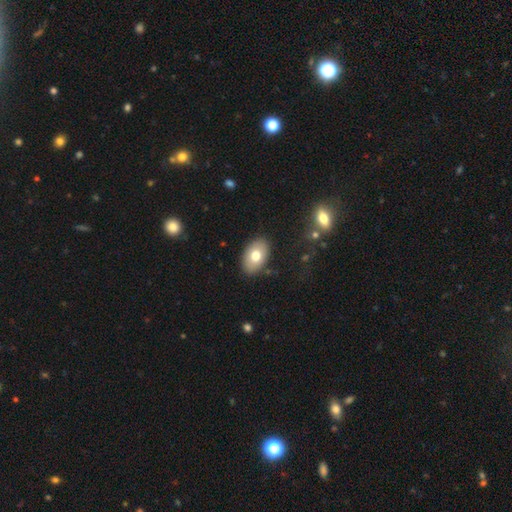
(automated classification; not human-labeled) A smooth galaxy with no disk features (73%) that is in between round and cigar-shaped (90%). Merging: none (86%).